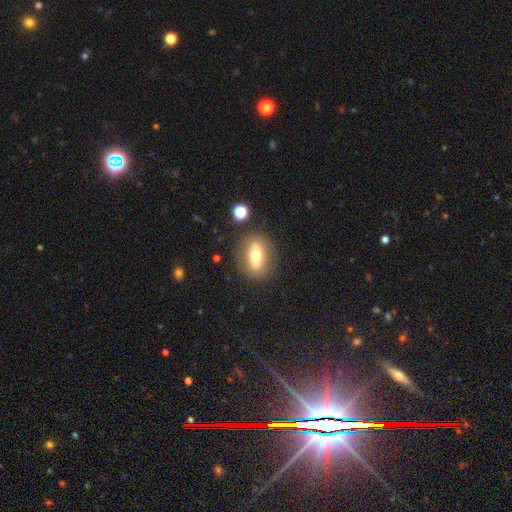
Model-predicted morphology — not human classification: Smooth or featured? Predicted: smooth (p=0.56). How rounded? Predicted: in between (p=0.66). Merging? Predicted: none (p=0.84).